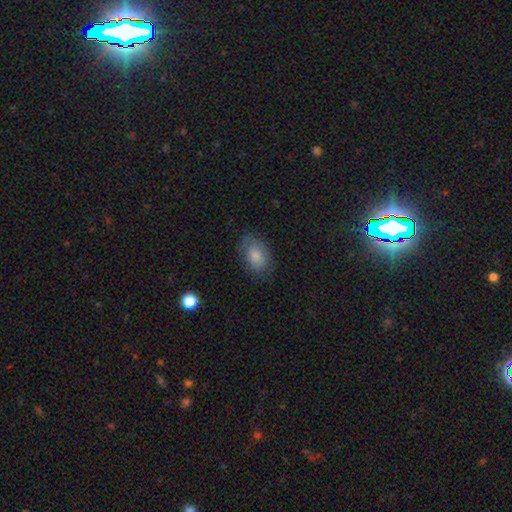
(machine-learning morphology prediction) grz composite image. It shows a smooth galaxy with no disk features (79%) that is in between round and cigar-shaped (83%). Merging: none (74%).